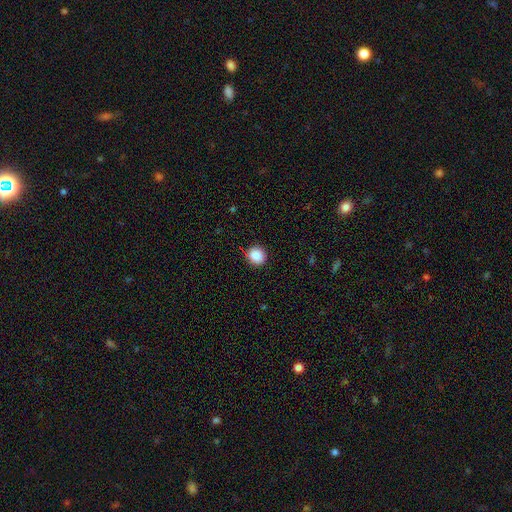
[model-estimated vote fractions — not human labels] Smooth or featured: smooth — 88% (star or artifact — 9%)
How rounded: round — 91% (in between — 8%)
Merging: none — 91% (minor disturbance — 6%)